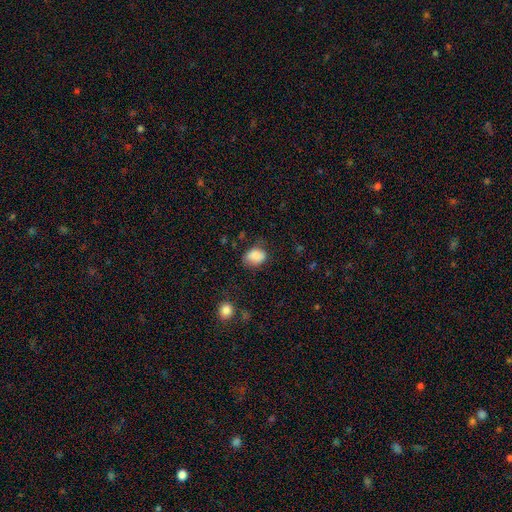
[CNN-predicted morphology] smooth-or-featured: smooth: 85% | star or artifact: 9% | featured or disk: 6%
  how-rounded: in between: 70% | round: 29% | cigar-shaped: 1%
  merging: none: 65% | minor disturbance: 25% | major disturbance: 7% | merger: 2%